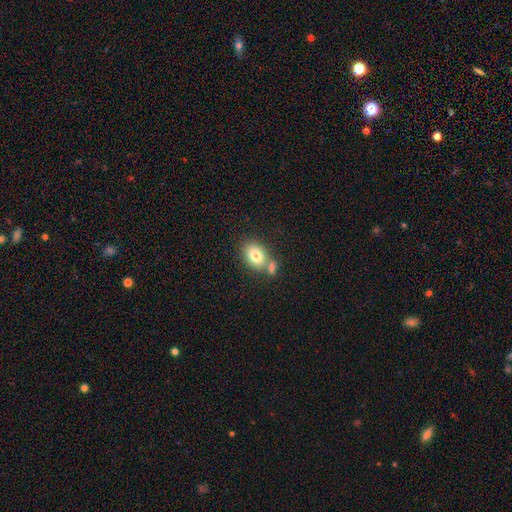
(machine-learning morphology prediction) Smooth or featured?
  - smooth: 79% *
  - featured or disk: 12%
  - star or artifact: 8%
How rounded?
  - in between: 76% *
  - round: 23%
  - cigar-shaped: 1%
Merging?
  - none: 54% *
  - merger: 30%
  - minor disturbance: 12%
  - major disturbance: 4%